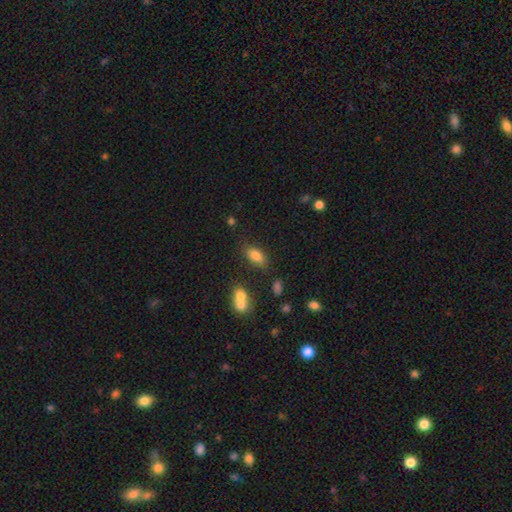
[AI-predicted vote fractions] Q: Smooth or featured?
A: smooth (80%); runner-up: featured or disk (11%)
Q: How rounded?
A: in between (87%); runner-up: cigar-shaped (8%)
Q: Merging?
A: none (76%); runner-up: minor disturbance (13%)